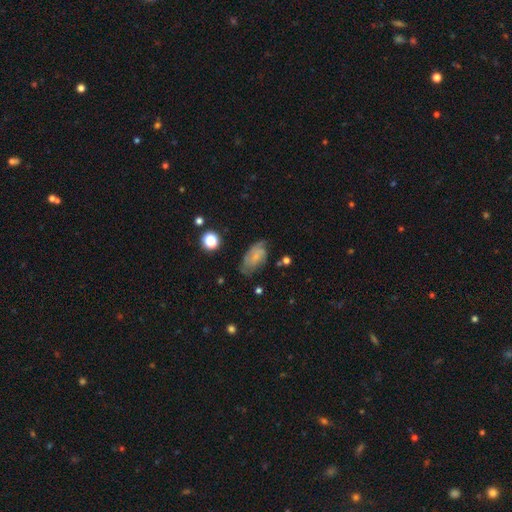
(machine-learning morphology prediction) The model was most divided on "smooth or featured": featured or disk: 46%, smooth: 44%, star or artifact: 10%. More confident: merging — none (58%).